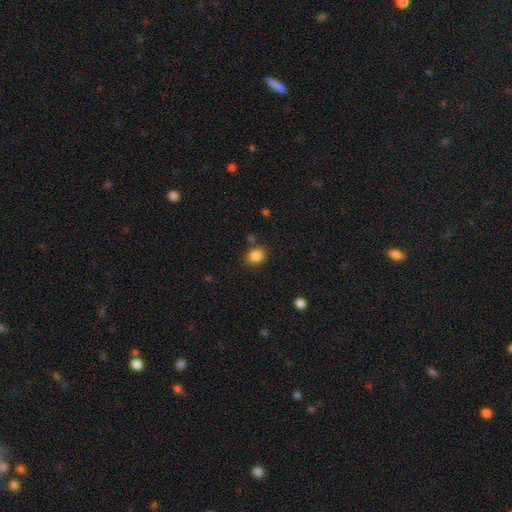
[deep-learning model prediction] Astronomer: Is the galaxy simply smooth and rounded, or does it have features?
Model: smooth — 86%.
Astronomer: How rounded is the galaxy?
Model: round — 57% (runner-up: in between, 42%).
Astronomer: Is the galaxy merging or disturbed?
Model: none — 82%.